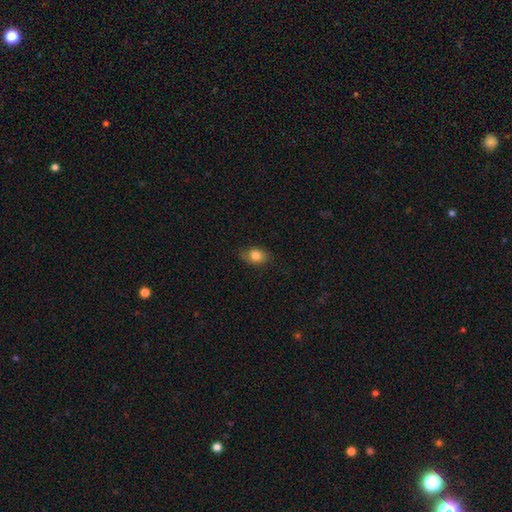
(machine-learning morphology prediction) Smooth or featured: smooth — 81% (featured or disk — 10%)
How rounded: in between — 71% (round — 27%)
Merging: none — 73% (minor disturbance — 21%)